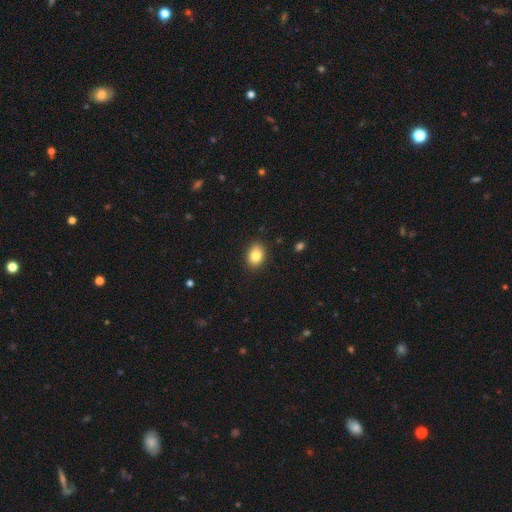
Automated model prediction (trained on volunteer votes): Overall: smooth (84%). How rounded: in between (69%; round 30%). Merging: none (87%).